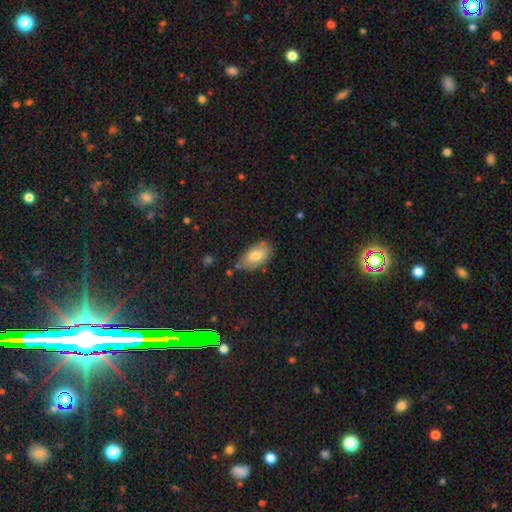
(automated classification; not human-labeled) Morphology: type=smooth (76%); roundness=in between (93%); merging=none (68%).